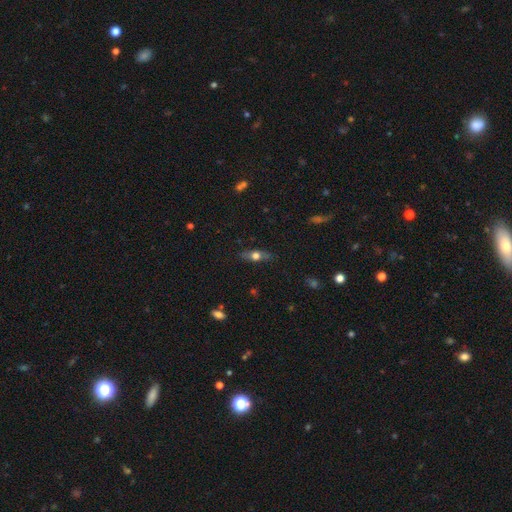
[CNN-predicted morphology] Smooth or featured? Predicted: smooth (p=0.50). How rounded? Predicted: in between (p=0.53). Merging? Predicted: none (p=0.81).